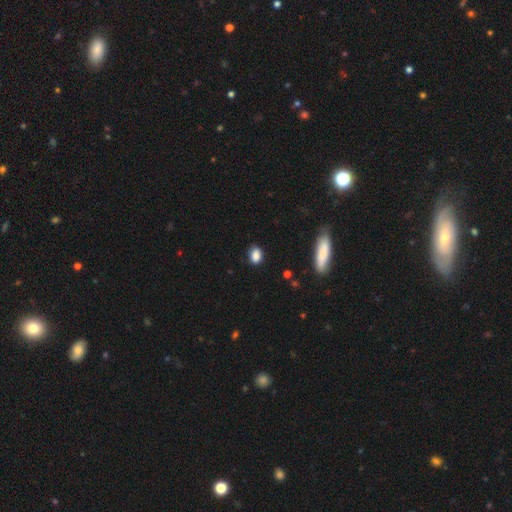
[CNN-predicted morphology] Smooth or featured? Predicted: smooth (p=0.86). How rounded? Predicted: in between (p=0.76). Merging? Predicted: none (p=0.80).